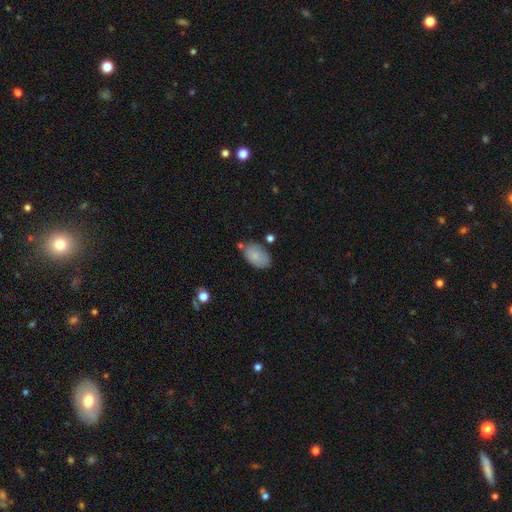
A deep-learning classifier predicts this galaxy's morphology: Smooth or featured?
  - smooth: 82% *
  - featured or disk: 11%
  - star or artifact: 7%
How rounded?
  - in between: 92% *
  - round: 6%
  - cigar-shaped: 1%
Merging?
  - none: 71% *
  - minor disturbance: 18%
  - merger: 7%
  - major disturbance: 4%